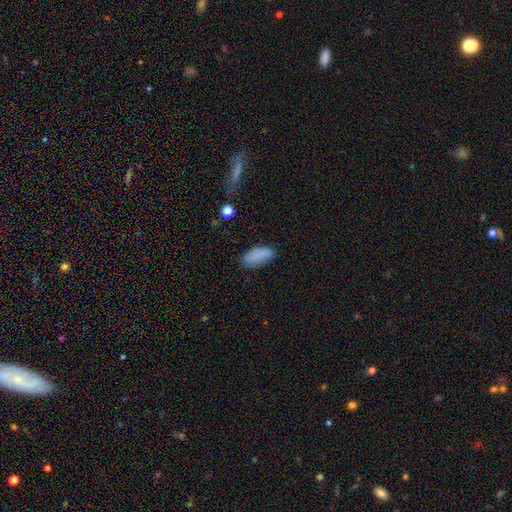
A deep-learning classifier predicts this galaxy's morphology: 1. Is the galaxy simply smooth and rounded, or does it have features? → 86% smooth, 8% star or artifact, 6% featured or disk.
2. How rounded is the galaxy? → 86% in between, 12% cigar-shaped, 2% round.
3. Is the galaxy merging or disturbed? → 78% none, 16% minor disturbance, 4% major disturbance, 2% merger.